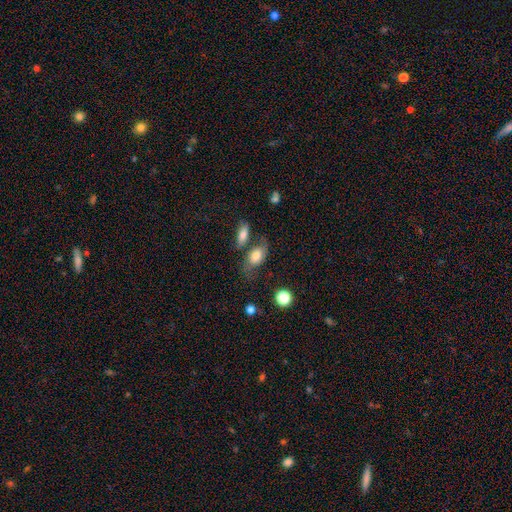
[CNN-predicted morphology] A smooth galaxy with no disk features (65%) that is in between round and cigar-shaped (86%). Merging: none (51%).